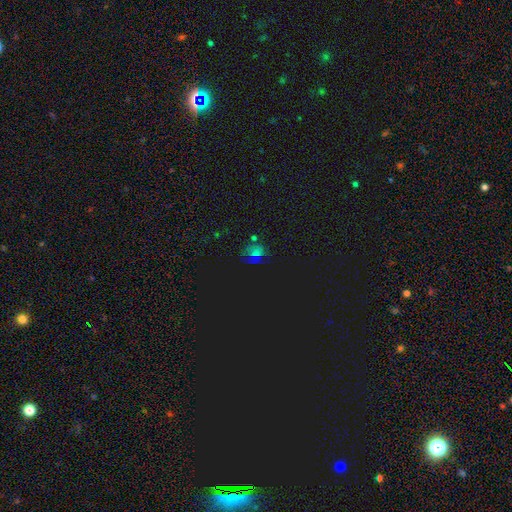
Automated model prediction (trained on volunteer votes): Smooth or featured? Predicted: star or artifact (p=0.56).